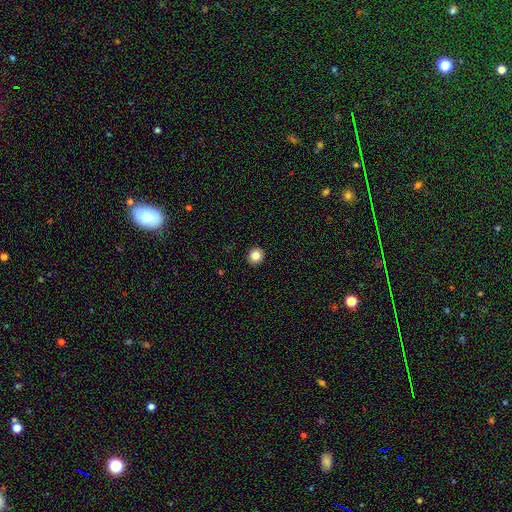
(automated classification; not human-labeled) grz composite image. It shows a smooth galaxy with no disk features (83%) that is round (90%). Merging: none (93%).